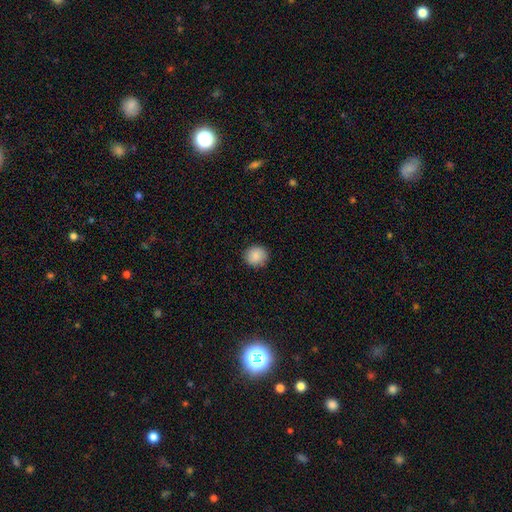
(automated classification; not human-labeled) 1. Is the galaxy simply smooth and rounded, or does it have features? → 88% smooth, 8% star or artifact, 4% featured or disk.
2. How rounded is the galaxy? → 85% round, 14% in between, 1% cigar-shaped.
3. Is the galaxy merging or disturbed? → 90% none, 7% minor disturbance, 2% major disturbance, 1% merger.